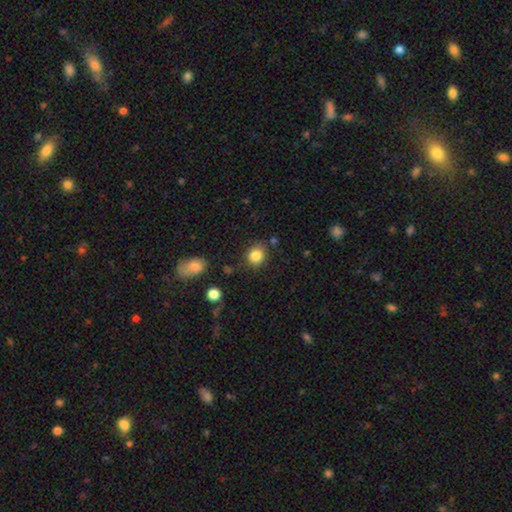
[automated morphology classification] Smooth or featured? smooth (84%)
How rounded? round (74%)
Merging? none (81%)